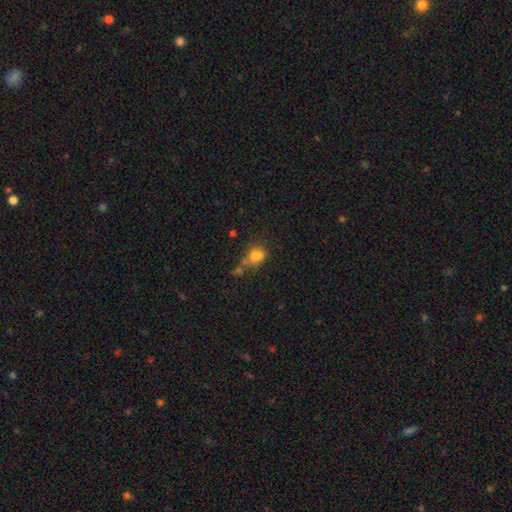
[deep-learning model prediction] Smooth or featured? smooth (68%)
How rounded? in between (63%)
Merging? merger (38%)